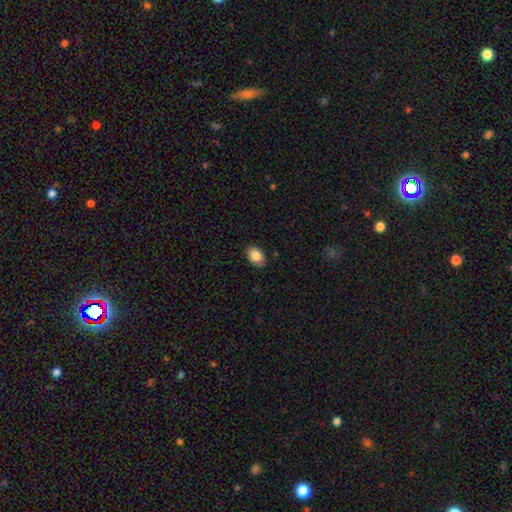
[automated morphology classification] A smooth galaxy with no disk features (86%) that is in between round and cigar-shaped (86%). Merging: none (88%).